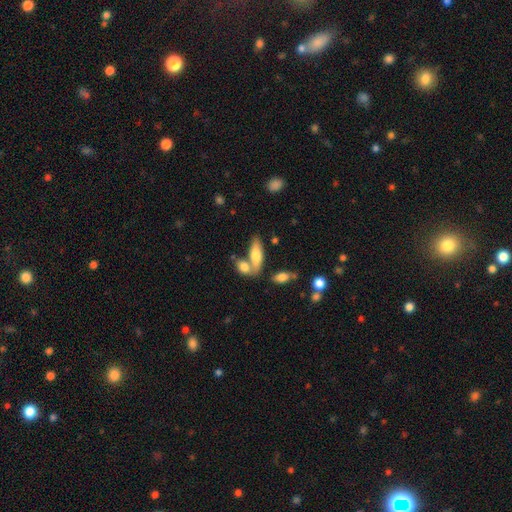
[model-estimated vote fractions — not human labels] Overall: smooth (73%). How rounded: in between (69%). Merging: none (46%; merger 38%).